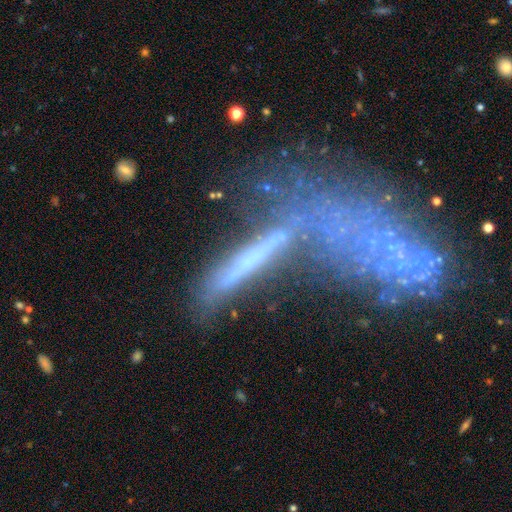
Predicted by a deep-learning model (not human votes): Smooth or featured: featured or disk — 51% (smooth — 33%)
Edge-on disk: yes — 66% (no — 34%)
Merging: none — 43% (minor disturbance — 21%)